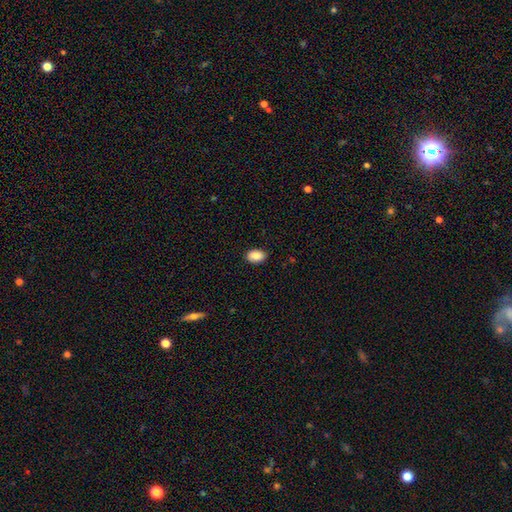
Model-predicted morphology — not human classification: smooth-or-featured: smooth: 88% | star or artifact: 7% | featured or disk: 5%
  how-rounded: in between: 88% | round: 11% | cigar-shaped: 1%
  merging: none: 88% | minor disturbance: 9% | major disturbance: 2% | merger: 1%